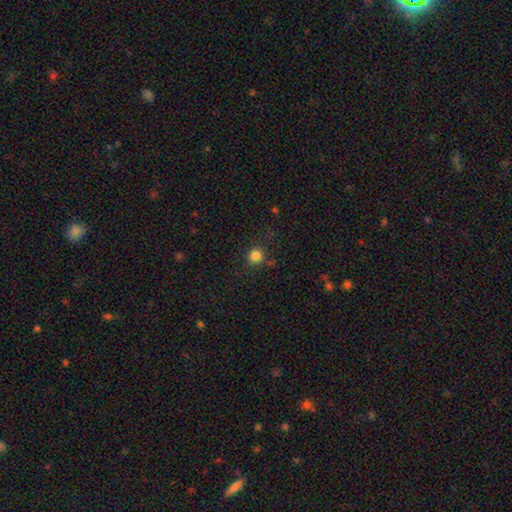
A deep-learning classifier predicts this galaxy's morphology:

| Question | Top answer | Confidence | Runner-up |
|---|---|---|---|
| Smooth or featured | smooth | 83% | star or artifact (12%) |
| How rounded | round | 90% | in between (9%) |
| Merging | none | 83% | minor disturbance (10%) |